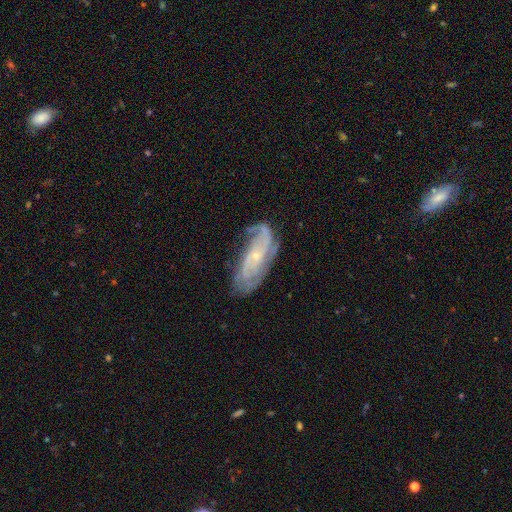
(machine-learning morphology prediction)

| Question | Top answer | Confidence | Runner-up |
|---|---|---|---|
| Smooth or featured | featured or disk | 81% | smooth (12%) |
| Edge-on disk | no | 92% | yes (8%) |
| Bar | no | 62% | weak (29%) |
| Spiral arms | yes | 92% | no (8%) |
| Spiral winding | tight | 42% | medium (40%) |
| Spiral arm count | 2 | 34% | can't tell (31%) |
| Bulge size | small | 78% | moderate (18%) |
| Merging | none | 59% | minor disturbance (25%) |